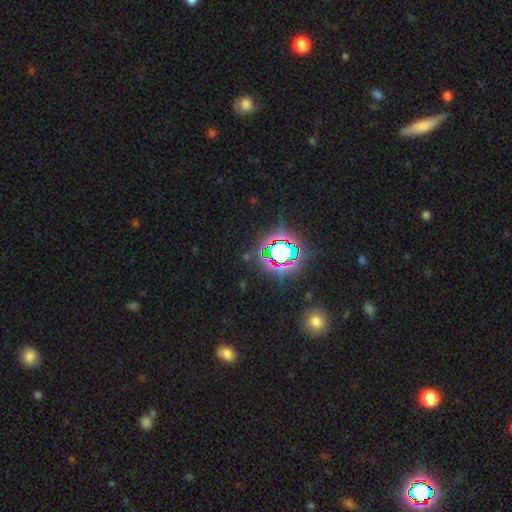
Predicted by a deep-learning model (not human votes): smooth_or_featured: star or artifact (p=0.79) [alt: smooth p=0.12]